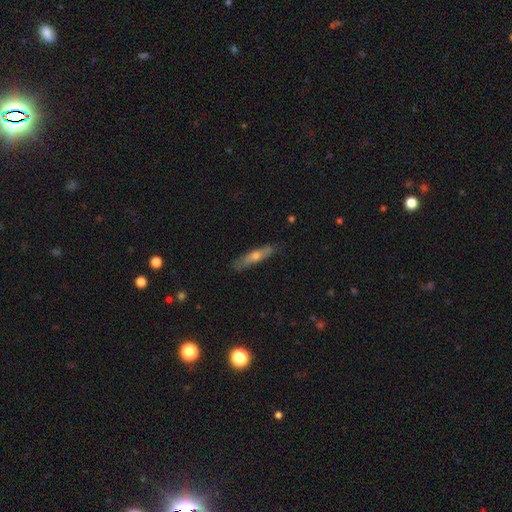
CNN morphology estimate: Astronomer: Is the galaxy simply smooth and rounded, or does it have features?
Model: smooth — 47% (runner-up: featured or disk, 46%).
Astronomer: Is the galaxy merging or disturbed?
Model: none — 83%.